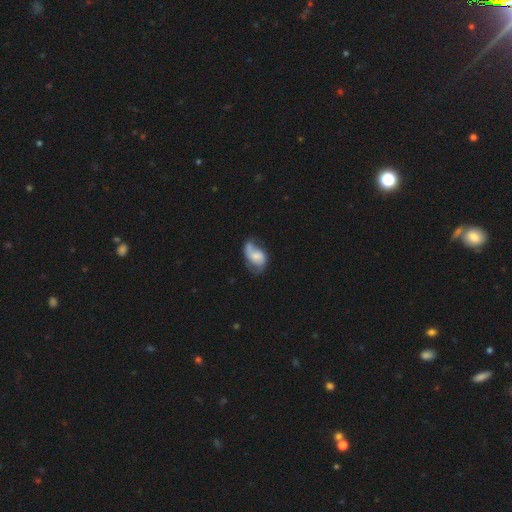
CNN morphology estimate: Smooth or featured? featured or disk (58%)
Edge-on disk? no (97%)
Bar? no (56%)
Spiral arms? yes (85%)
Bulge size? small (38%)
Merging? none (41%)